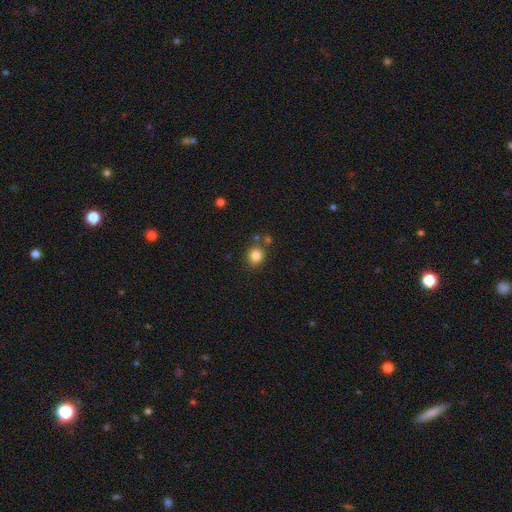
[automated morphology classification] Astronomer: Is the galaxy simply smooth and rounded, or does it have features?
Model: smooth — 83%.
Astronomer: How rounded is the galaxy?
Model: round — 77%.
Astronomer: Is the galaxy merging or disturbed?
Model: none — 77%.